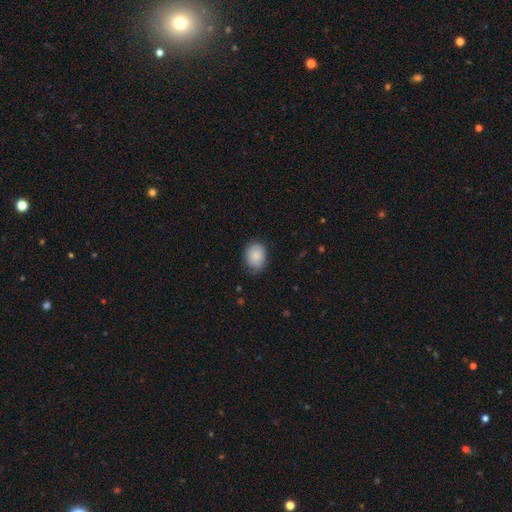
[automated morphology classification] Smooth or featured?
  - smooth: 87% *
  - star or artifact: 7%
  - featured or disk: 6%
How rounded?
  - in between: 55% *
  - round: 44%
  - cigar-shaped: 1%
Merging?
  - none: 75% *
  - minor disturbance: 21%
  - major disturbance: 4%
  - merger: 1%